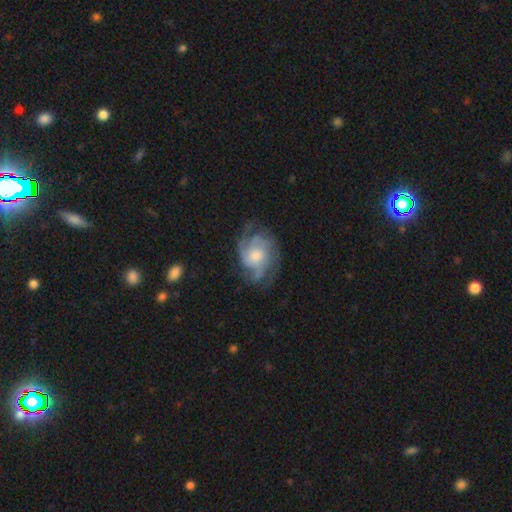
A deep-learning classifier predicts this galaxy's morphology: Q: Smooth or featured?
A: featured or disk (83%); runner-up: smooth (11%)
Q: Edge-on disk?
A: no (97%); runner-up: yes (3%)
Q: Bar?
A: no (72%); runner-up: weak (24%)
Q: Spiral arms?
A: yes (95%); runner-up: no (5%)
Q: Spiral winding?
A: tight (49%); runner-up: medium (39%)
Q: Spiral arm count?
A: 3 (31%); runner-up: can't tell (25%)
Q: Bulge size?
A: moderate (54%); runner-up: small (34%)
Q: Merging?
A: none (68%); runner-up: minor disturbance (19%)